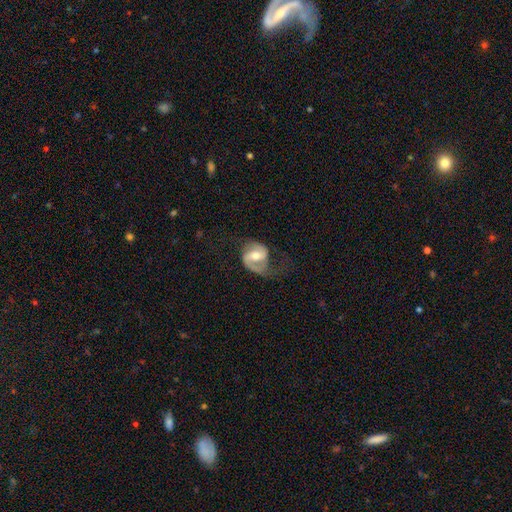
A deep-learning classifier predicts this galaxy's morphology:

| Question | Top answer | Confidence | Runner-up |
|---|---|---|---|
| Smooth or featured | featured or disk | 80% | smooth (15%) |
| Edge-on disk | no | 97% | yes (3%) |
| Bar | weak | 46% | strong (31%) |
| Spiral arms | yes | 93% | no (7%) |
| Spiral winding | medium | 46% | loose (37%) |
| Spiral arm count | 2 | 82% | 1 (11%) |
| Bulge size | moderate | 68% | small (21%) |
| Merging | none | 55% | major disturbance (23%) |